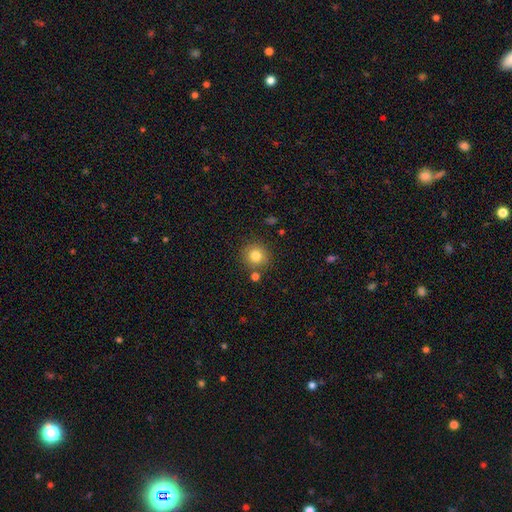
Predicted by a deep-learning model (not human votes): This appears to be a smooth galaxy with no disk features (80%) that is round (92%). Merging: none (82%).